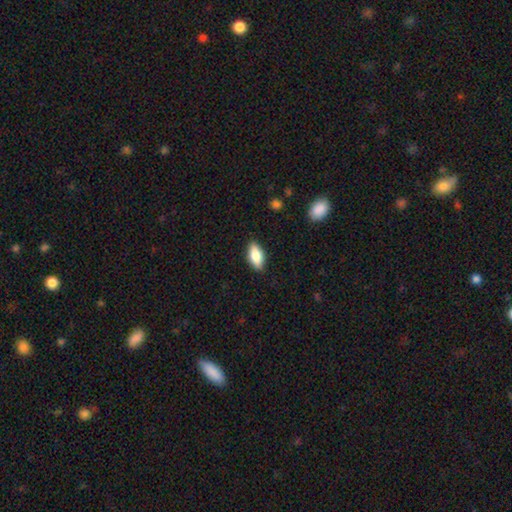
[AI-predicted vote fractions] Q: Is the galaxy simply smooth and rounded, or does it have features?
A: smooth — 79%.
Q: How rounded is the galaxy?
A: in between — 86%.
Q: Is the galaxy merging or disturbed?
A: none — 87%.